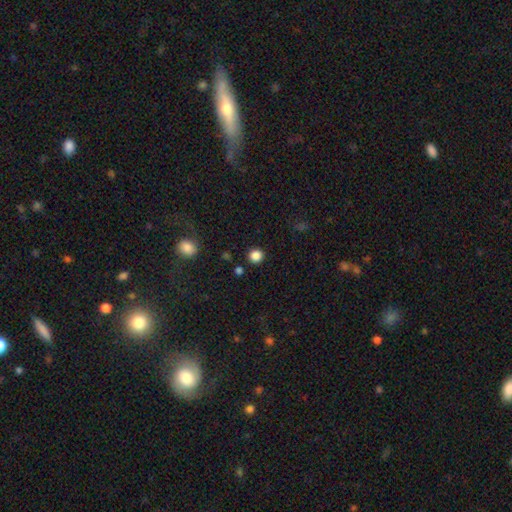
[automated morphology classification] Smooth or featured?
  - smooth: 85% *
  - star or artifact: 12%
  - featured or disk: 3%
How rounded?
  - round: 90% *
  - in between: 9%
  - cigar-shaped: 1%
Merging?
  - none: 90% *
  - minor disturbance: 6%
  - merger: 2%
  - major disturbance: 2%